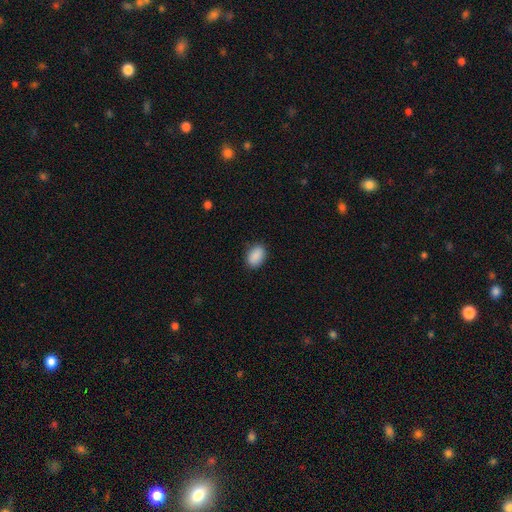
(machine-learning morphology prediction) type=smooth (90%); roundness=in between (85%); merging=none (86%).